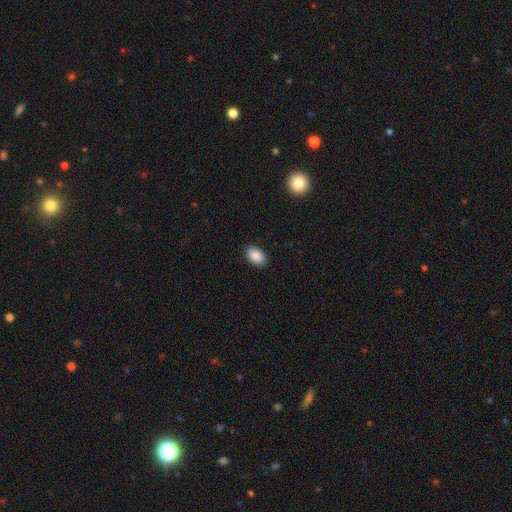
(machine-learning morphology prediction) Q: Smooth or featured?
A: smooth (89%); runner-up: star or artifact (7%)
Q: How rounded?
A: in between (91%); runner-up: round (8%)
Q: Merging?
A: none (89%); runner-up: minor disturbance (8%)